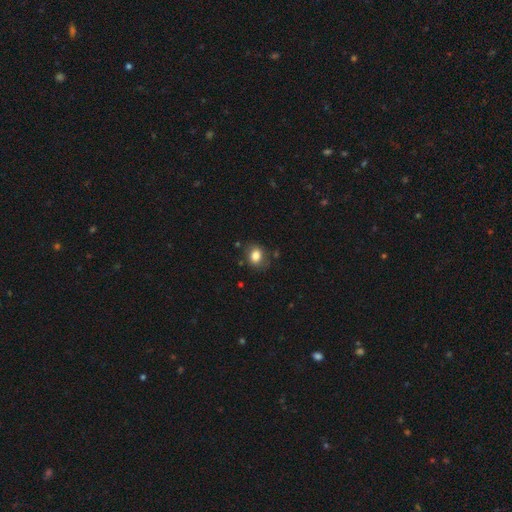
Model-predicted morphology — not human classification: smooth 81%, star or artifact 10%, featured or disk 9%. Down the decision tree: how rounded — round (53%); merging — none (76%).